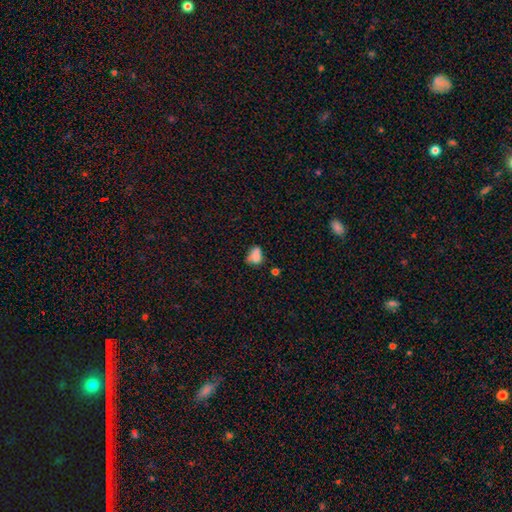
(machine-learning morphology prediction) Smooth or featured? Predicted: smooth (p=0.73). How rounded? Predicted: in between (p=0.75). Merging? Predicted: none (p=0.39).